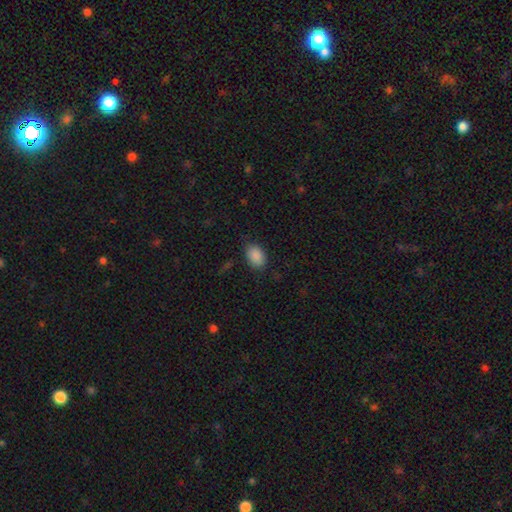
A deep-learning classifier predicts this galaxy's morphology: smooth_or_featured: smooth (p=0.88) [alt: star or artifact p=0.08]
how_rounded: in between (p=0.82) [alt: round p=0.17]
merging: none (p=0.82) [alt: minor disturbance p=0.13]